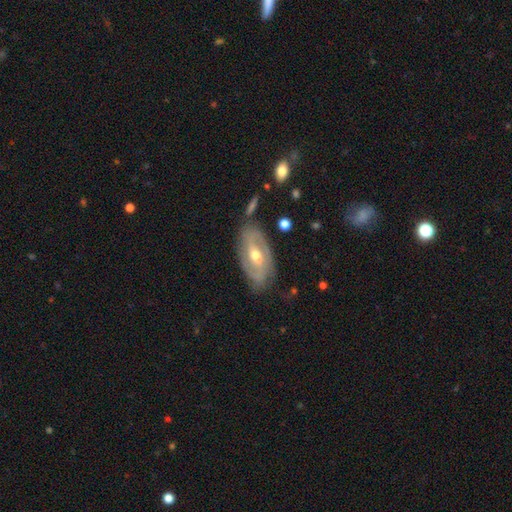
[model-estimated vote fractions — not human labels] Smooth or featured?
  - featured or disk: 79% *
  - smooth: 16%
  - star or artifact: 5%
Edge-on disk?
  - no: 92% *
  - yes: 8%
Bar?
  - weak: 46% *
  - strong: 32%
  - no: 23%
Spiral arms?
  - yes: 84% *
  - no: 16%
Spiral winding?
  - tight: 44% *
  - medium: 39%
  - loose: 16%
Spiral arm count?
  - 2: 74% *
  - can't tell: 16%
  - 3: 4%
  - 1: 3%
  - 4: 1%
  - more than 4: 1%
Bulge size?
  - moderate: 65% *
  - small: 30%
  - large: 3%
  - none: 1%
  - dominant: 1%
Merging?
  - none: 74% *
  - minor disturbance: 18%
  - major disturbance: 5%
  - merger: 3%